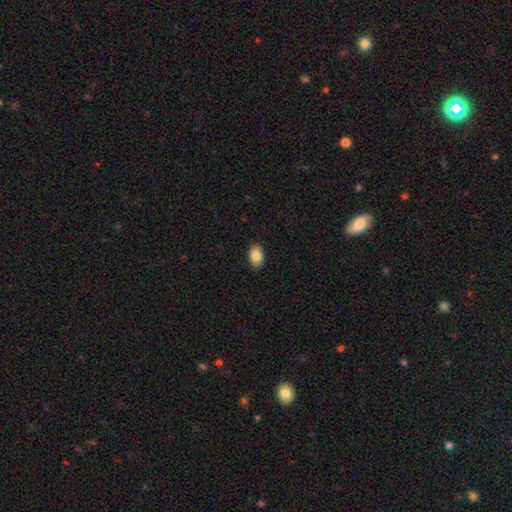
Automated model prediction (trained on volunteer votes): A smooth galaxy with no disk features (86%) that is in between round and cigar-shaped (89%).

Vote fractions:
- Smooth or featured? smooth: 86% / star or artifact: 7% / featured or disk: 7%
- How rounded? in between: 89% / round: 10% / cigar-shaped: 1%
- Merging? none: 89% / minor disturbance: 8% / major disturbance: 2% / merger: 1%